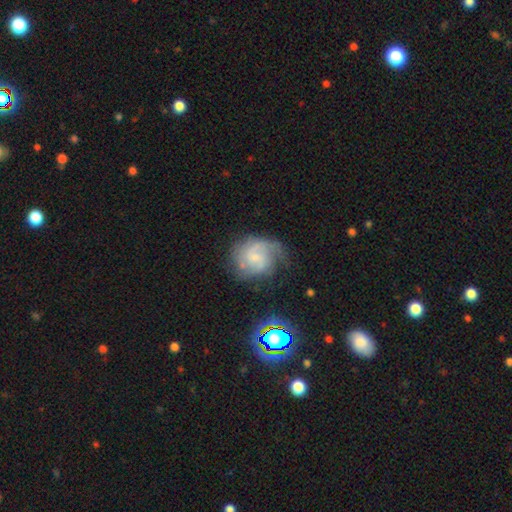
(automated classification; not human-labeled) Morphology: type=featured or disk (65%); edge-on=no (98%); bar=no (53%); spiral arms=yes (89%); winding=medium (44%); arm count=2 (43%); bulge=small (53%); merging=none (51%).